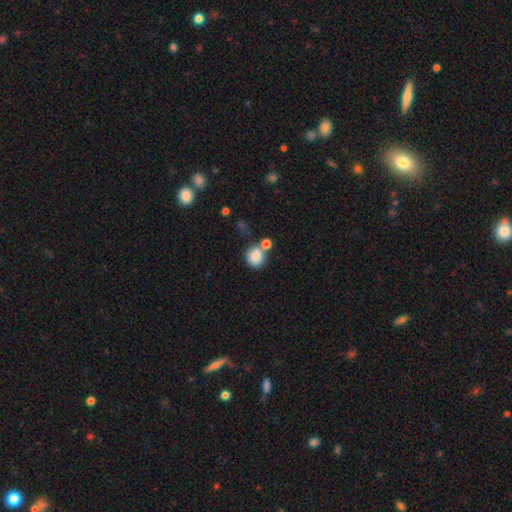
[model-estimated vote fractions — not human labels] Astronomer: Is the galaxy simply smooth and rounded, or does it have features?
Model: smooth — 83%.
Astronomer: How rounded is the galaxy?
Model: round — 84%.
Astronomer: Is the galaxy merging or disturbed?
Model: none — 53% (runner-up: merger, 30%).